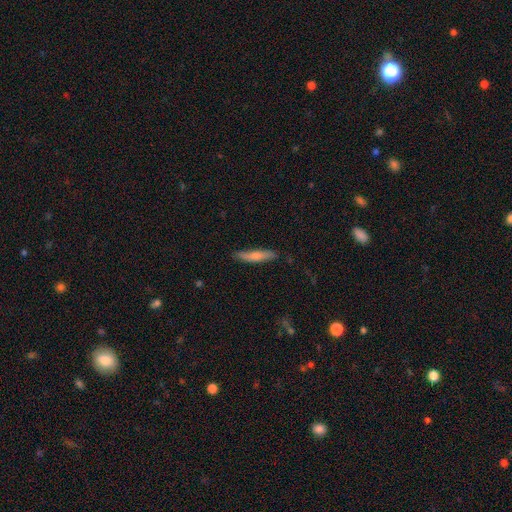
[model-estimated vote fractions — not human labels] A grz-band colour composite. It shows a smooth galaxy with no disk features (70%) that is cigar-shaped (86%). Merging: none (83%).